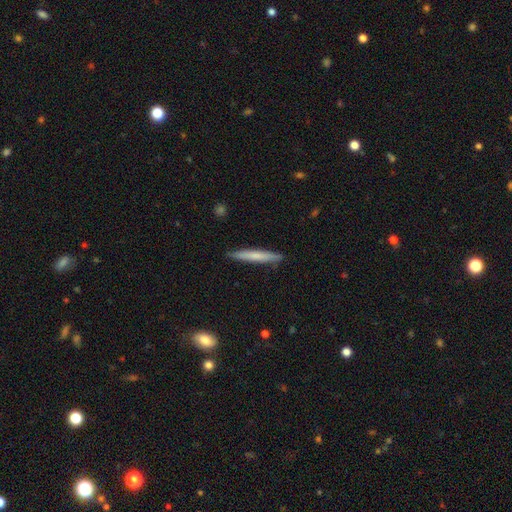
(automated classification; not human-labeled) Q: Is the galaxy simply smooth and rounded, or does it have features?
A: smooth — 65%.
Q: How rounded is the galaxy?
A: cigar-shaped — 96%.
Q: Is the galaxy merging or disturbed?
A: none — 90%.